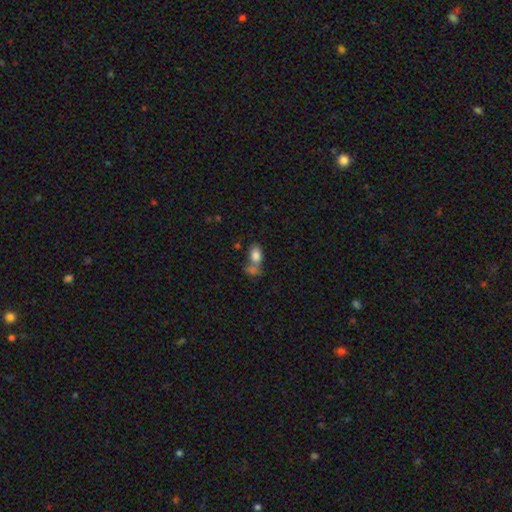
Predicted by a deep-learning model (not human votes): This is clearly a smooth galaxy (81%). How rounded: clearly in between (88%). Merging: marginally merger (44%).